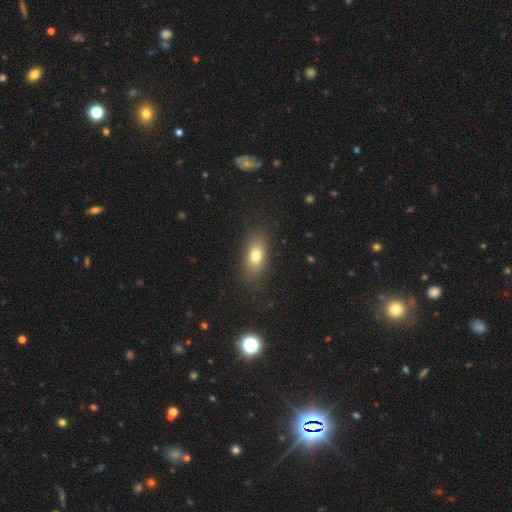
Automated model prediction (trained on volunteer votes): A smooth galaxy with no disk features (75%) that is in between round and cigar-shaped (82%). Merging: none (85%).